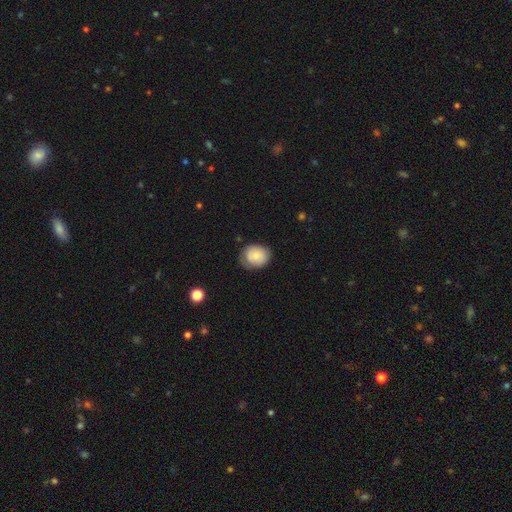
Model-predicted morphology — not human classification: smooth 72%, featured or disk 21%, star or artifact 8%. Down the decision tree: how rounded — round (58%); merging — none (63%).